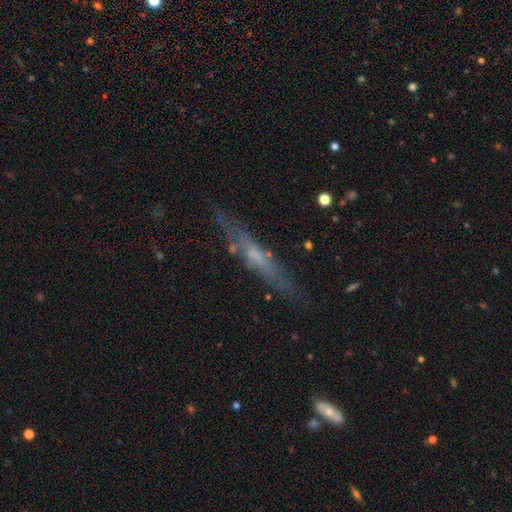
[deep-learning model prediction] smooth-or-featured: featured or disk: 56% | smooth: 35% | star or artifact: 8%
  disk-edge-on: yes: 80% | no: 20%
  merging: none: 74% | minor disturbance: 17% | major disturbance: 6% | merger: 3%